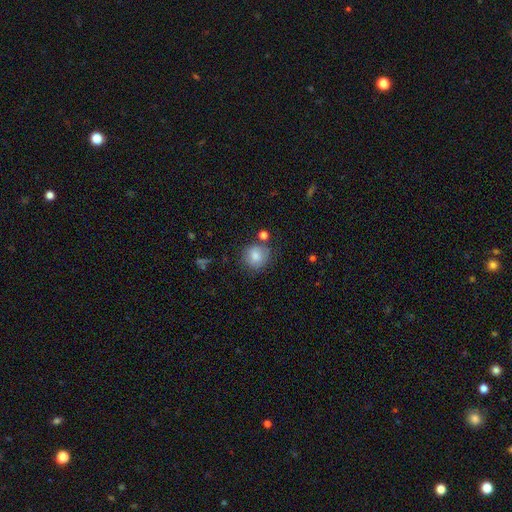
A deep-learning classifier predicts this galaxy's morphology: This is clearly a smooth galaxy (81%). How rounded: clearly round (84%). Merging: likely none (71%).